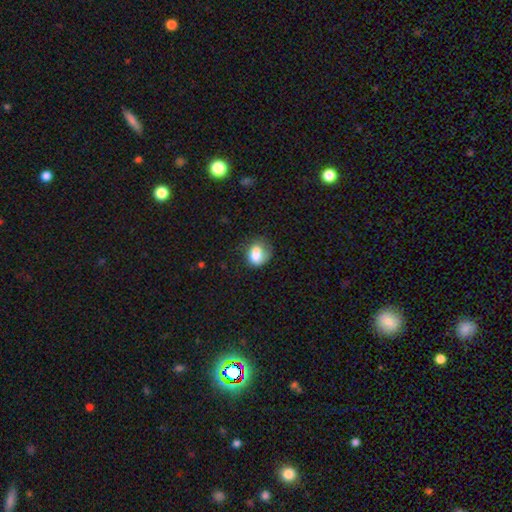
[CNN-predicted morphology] A smooth galaxy with no disk features (76%) that is in between round and cigar-shaped (52%). Merging: none (43%).